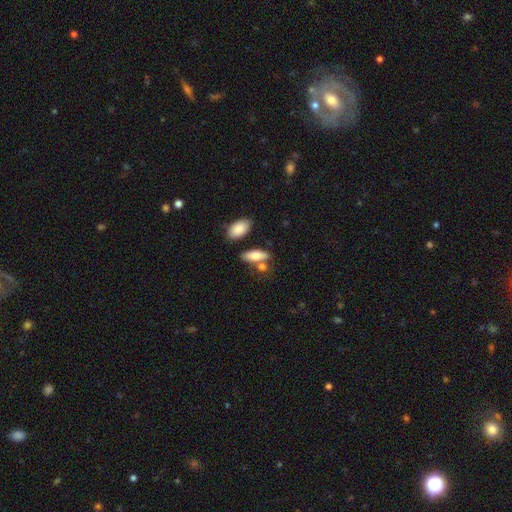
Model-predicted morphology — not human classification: This is likely a smooth galaxy (76%). How rounded: likely in between (75%). Merging: possibly none (59%).